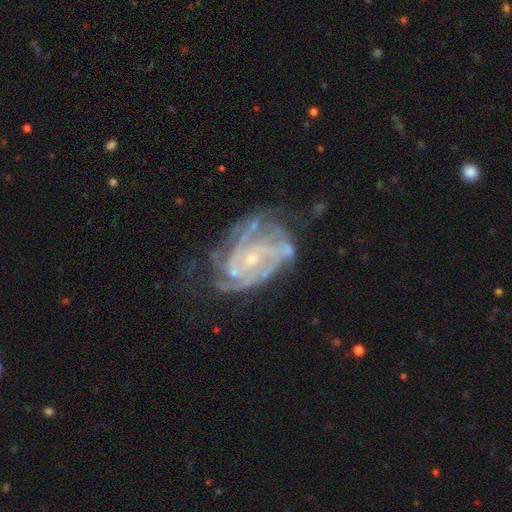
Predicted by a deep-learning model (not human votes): This is clearly a featured or disk galaxy (87%). It is clearly not viewed edge-on (97%). Bar: possibly no (57%). Spiral arm pattern: clearly yes (95%). Spiral arm count: marginally can't tell (27%). Spiral winding: likely tight (60%). Central bulge: likely small (76%). Merging: possibly none (53%).